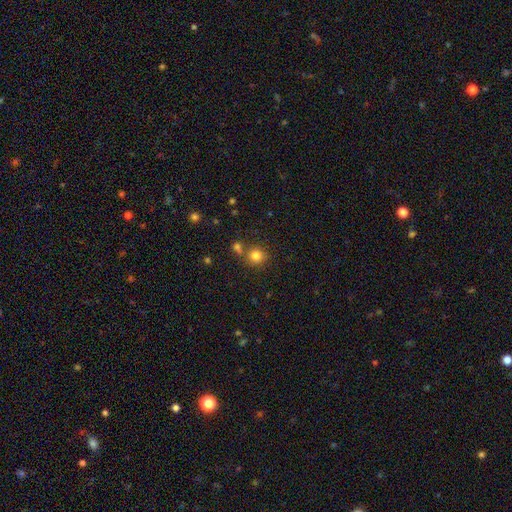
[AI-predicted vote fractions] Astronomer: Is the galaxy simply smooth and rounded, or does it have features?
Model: smooth — 81%.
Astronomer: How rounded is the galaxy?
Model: round — 88%.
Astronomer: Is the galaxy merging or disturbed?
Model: none — 68%.